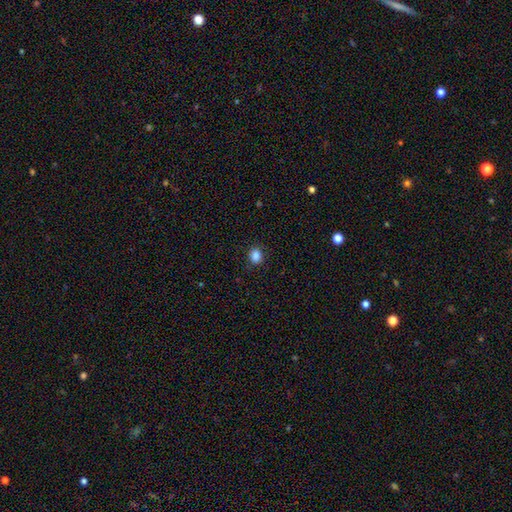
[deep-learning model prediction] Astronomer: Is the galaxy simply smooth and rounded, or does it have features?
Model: smooth — 86%.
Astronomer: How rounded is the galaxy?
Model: round — 53% (runner-up: in between, 46%).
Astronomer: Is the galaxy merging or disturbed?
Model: none — 87%.